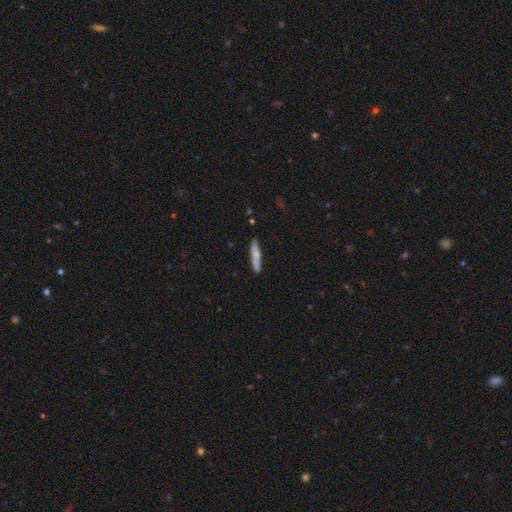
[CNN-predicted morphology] Smooth or featured?
  - smooth: 65% *
  - featured or disk: 29%
  - star or artifact: 6%
How rounded?
  - cigar-shaped: 87% *
  - in between: 12%
  - round: 2%
Merging?
  - none: 84% *
  - minor disturbance: 11%
  - merger: 2%
  - major disturbance: 2%